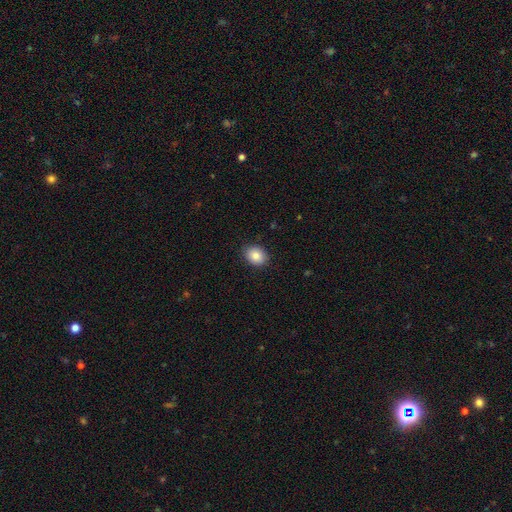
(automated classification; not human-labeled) Q: Smooth or featured?
A: smooth (87%); runner-up: star or artifact (8%)
Q: How rounded?
A: in between (59%); runner-up: round (41%)
Q: Merging?
A: none (87%); runner-up: minor disturbance (10%)